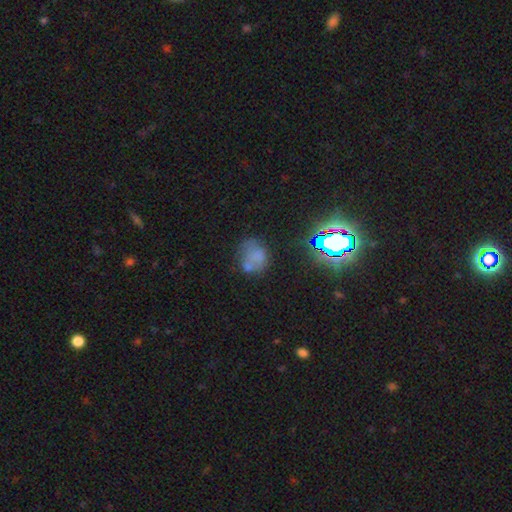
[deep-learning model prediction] The model was most divided on "merging": none: 44%, minor disturbance: 23%, merger: 18%, major disturbance: 16%. More confident: how rounded — round (60%); smooth or featured — smooth (54%).